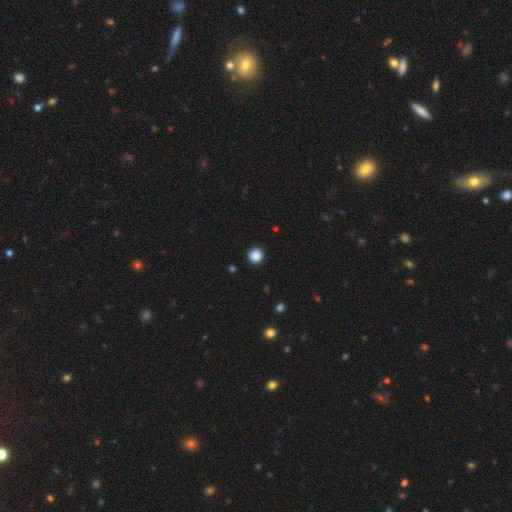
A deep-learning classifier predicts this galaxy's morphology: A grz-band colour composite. It shows a smooth galaxy with no disk features (87%) that is round (95%). Merging: none (92%).